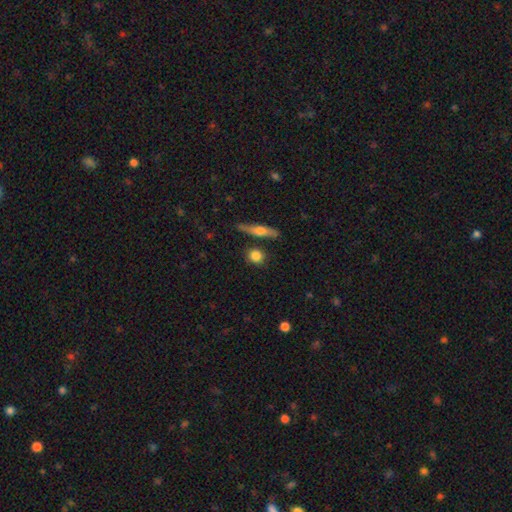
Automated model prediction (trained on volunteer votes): This appears to be a smooth galaxy with no disk features (81%) that is round (68%). Merging: none (80%).